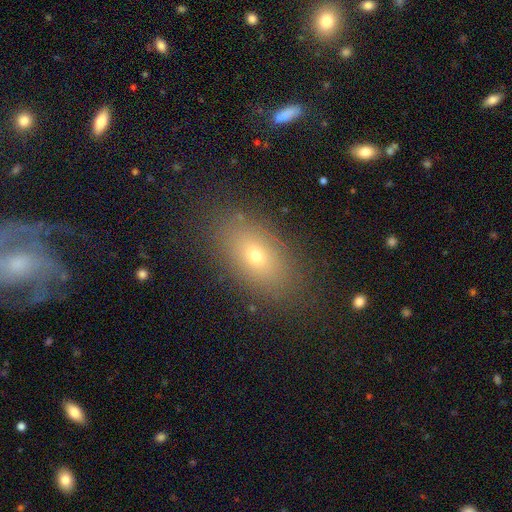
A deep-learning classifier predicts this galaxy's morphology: smooth_or_featured: smooth (p=0.69) [alt: featured or disk p=0.17]
how_rounded: in between (p=0.86) [alt: round p=0.10]
merging: none (p=0.83) [alt: minor disturbance p=0.11]